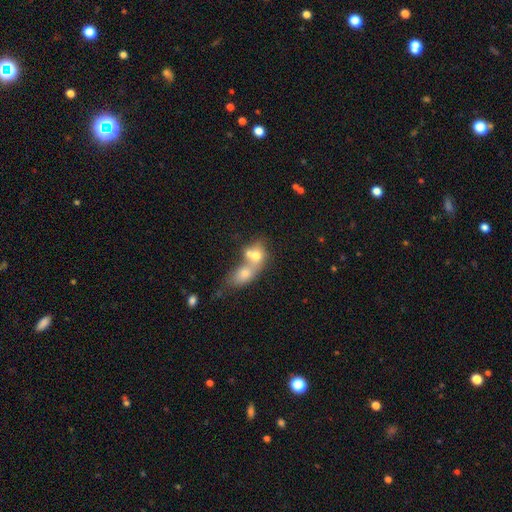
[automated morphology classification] smooth-or-featured: smooth: 65% | featured or disk: 25% | star or artifact: 10%
  how-rounded: in between: 53% | round: 43% | cigar-shaped: 4%
  merging: merger: 76% | none: 14% | minor disturbance: 5% | major disturbance: 5%